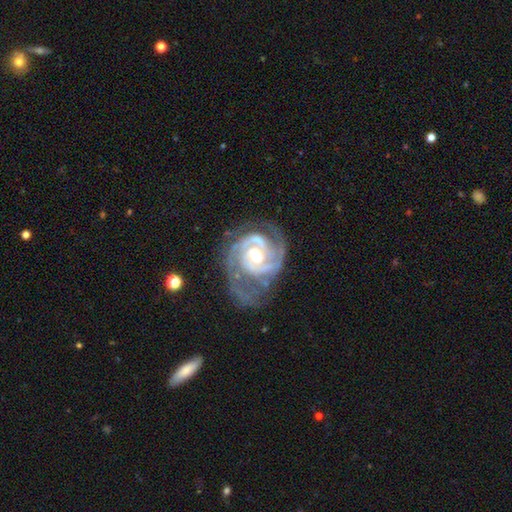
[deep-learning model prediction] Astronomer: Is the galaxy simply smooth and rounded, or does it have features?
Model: featured or disk — 92%.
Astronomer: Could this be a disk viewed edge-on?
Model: no — 98%.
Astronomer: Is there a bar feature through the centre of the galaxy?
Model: weak — 42% (runner-up: no, 38%).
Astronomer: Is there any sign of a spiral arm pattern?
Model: yes — 98%.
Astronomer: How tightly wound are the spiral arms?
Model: tight — 62%.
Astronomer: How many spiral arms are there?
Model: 2 — 62%.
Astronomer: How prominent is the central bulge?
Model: moderate — 73%.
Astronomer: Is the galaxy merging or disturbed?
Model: none — 64%.